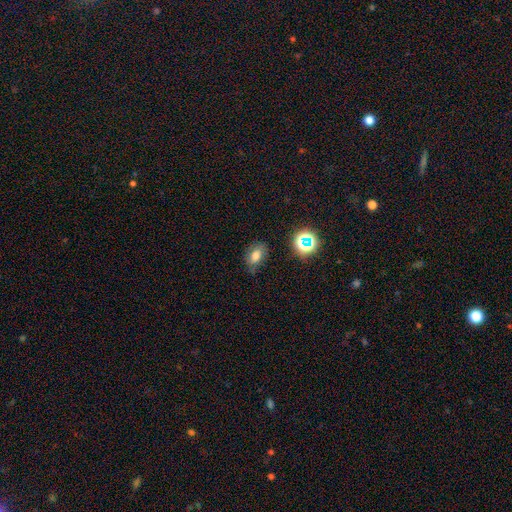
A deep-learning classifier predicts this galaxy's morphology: Smooth or featured? smooth (71%)
How rounded? in between (83%)
Merging? none (71%)